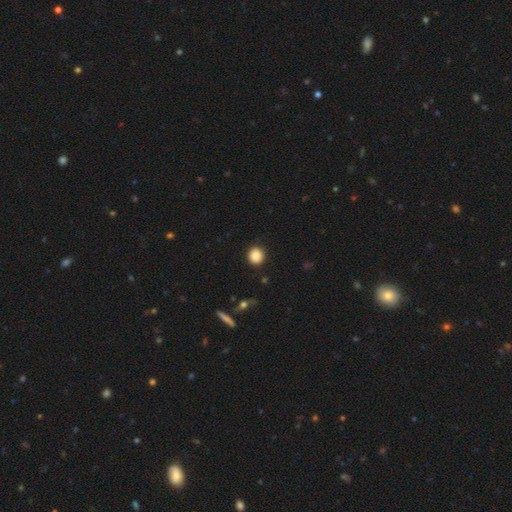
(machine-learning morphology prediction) Overall: smooth (88%). How rounded: round (86%). Merging: none (90%).